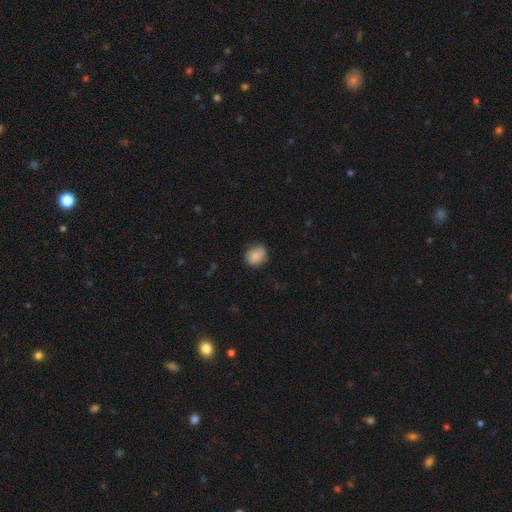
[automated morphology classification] Q: Smooth or featured?
A: smooth (84%); runner-up: star or artifact (8%)
Q: How rounded?
A: round (62%); runner-up: in between (37%)
Q: Merging?
A: none (69%); runner-up: minor disturbance (24%)